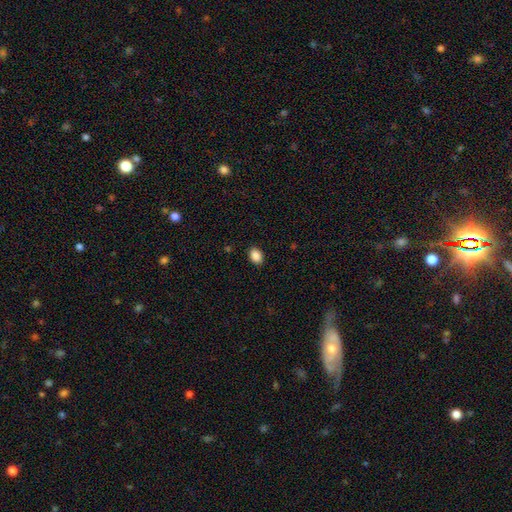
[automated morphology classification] smooth 88%, star or artifact 8%, featured or disk 3%. Down the decision tree: how rounded — in between (73%); merging — none (90%).